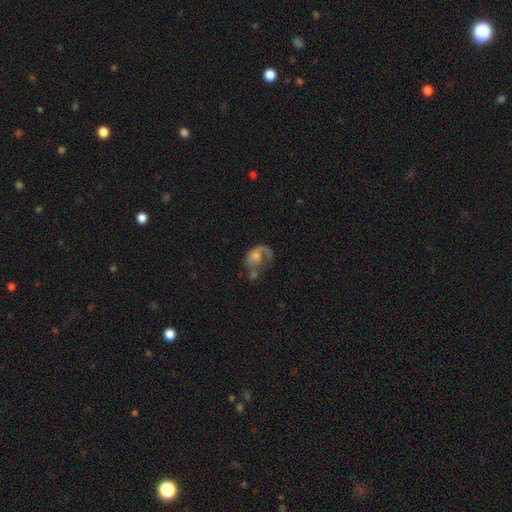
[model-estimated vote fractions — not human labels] Smooth or featured? featured or disk (66%)
Edge-on disk? no (97%)
Bar? no (77%)
Spiral arms? yes (80%)
Spiral winding? loose (43%)
Spiral arm count? 1 (77%)
Bulge size? small (42%)
Merging? major disturbance (38%)